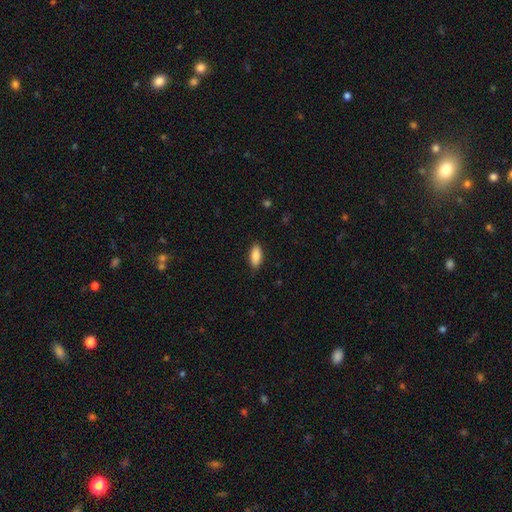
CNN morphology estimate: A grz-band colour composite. It shows a smooth galaxy with no disk features (88%) that is in between round and cigar-shaped (84%). Merging: none (86%).